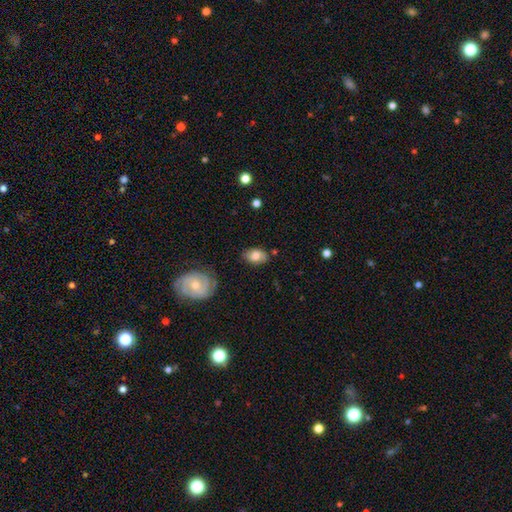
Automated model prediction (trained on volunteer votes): Q: Smooth or featured?
A: smooth (72%); runner-up: featured or disk (20%)
Q: How rounded?
A: in between (86%); runner-up: round (13%)
Q: Merging?
A: none (77%); runner-up: minor disturbance (17%)